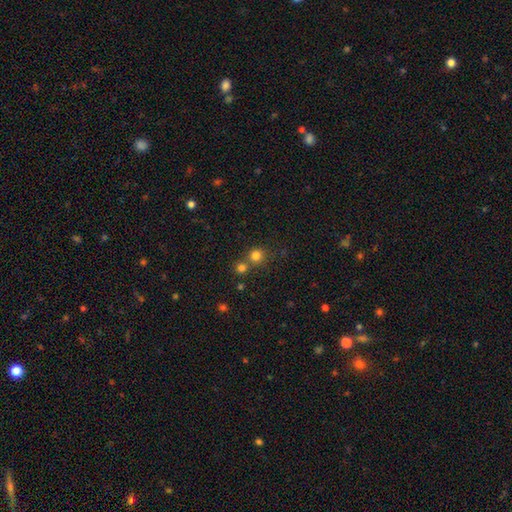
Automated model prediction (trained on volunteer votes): The model was most divided on "merging": none: 61%, merger: 30%, minor disturbance: 6%, major disturbance: 3%. More confident: how rounded — round (91%); smooth or featured — smooth (78%).